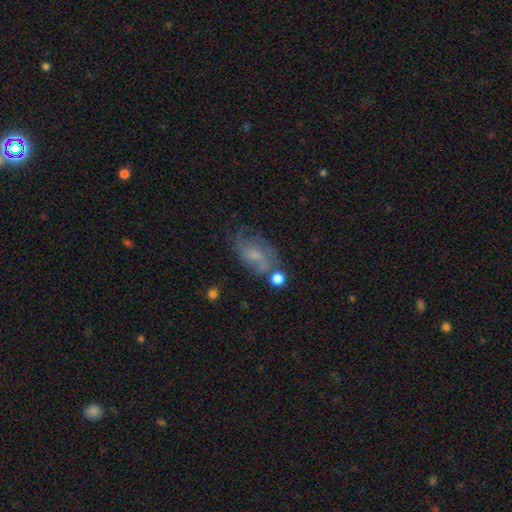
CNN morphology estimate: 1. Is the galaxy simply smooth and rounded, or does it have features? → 60% featured or disk, 29% smooth, 11% star or artifact.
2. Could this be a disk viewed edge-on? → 95% no, 5% yes.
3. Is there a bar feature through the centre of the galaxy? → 58% no, 36% weak, 6% strong.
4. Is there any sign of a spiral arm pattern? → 83% yes, 17% no.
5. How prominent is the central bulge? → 57% small, 27% moderate, 13% none, 2% large, 1% dominant.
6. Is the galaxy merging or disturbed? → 55% none, 23% minor disturbance, 13% major disturbance, 9% merger.